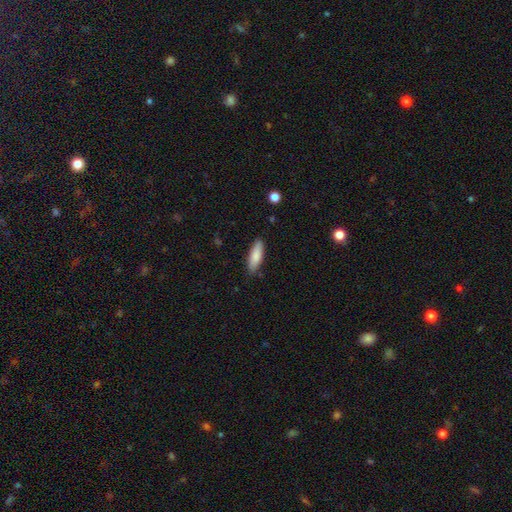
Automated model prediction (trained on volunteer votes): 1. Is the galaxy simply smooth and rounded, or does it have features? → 84% smooth, 10% featured or disk, 6% star or artifact.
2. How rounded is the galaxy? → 55% in between, 44% cigar-shaped, 2% round.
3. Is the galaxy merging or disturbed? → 85% none, 11% minor disturbance, 2% major disturbance, 1% merger.